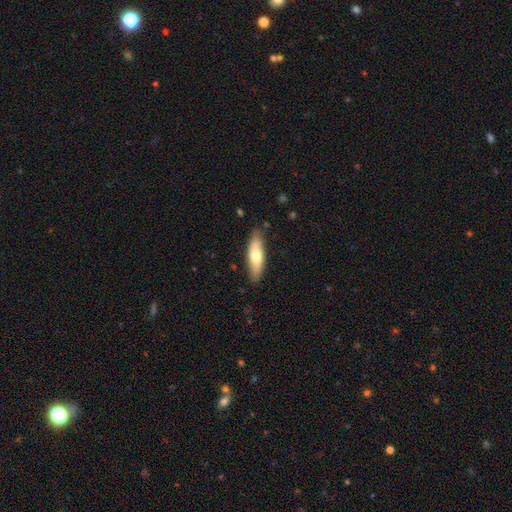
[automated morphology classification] type=smooth (63%); roundness=in between (50%); merging=none (84%).